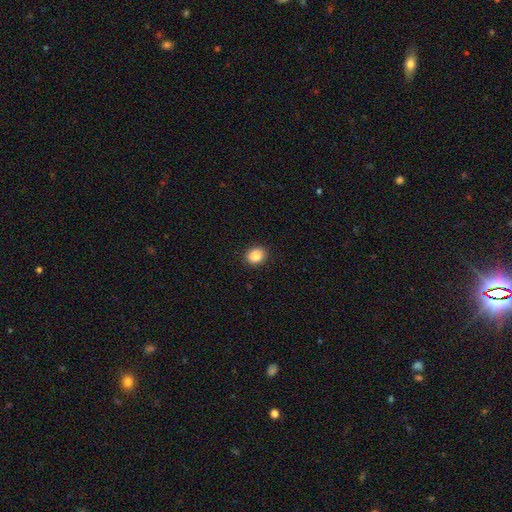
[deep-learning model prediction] The model was most divided on "how rounded": round: 69%, in between: 31%, cigar-shaped: 1%. More confident: merging — none (92%); smooth or featured — smooth (86%).